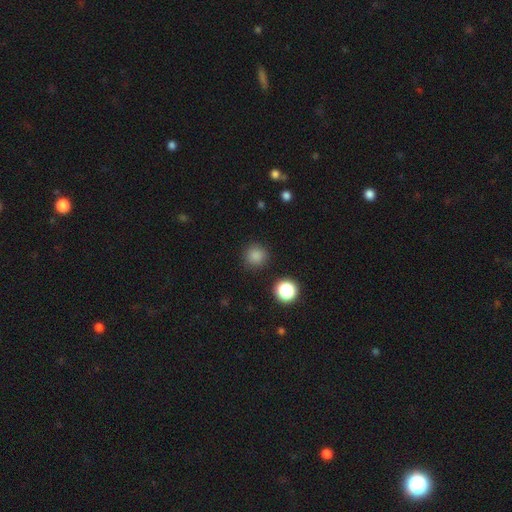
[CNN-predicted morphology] smooth_or_featured: smooth (p=0.83) [alt: star or artifact p=0.14]
how_rounded: round (p=0.94) [alt: in between p=0.06]
merging: none (p=0.88) [alt: minor disturbance p=0.07]